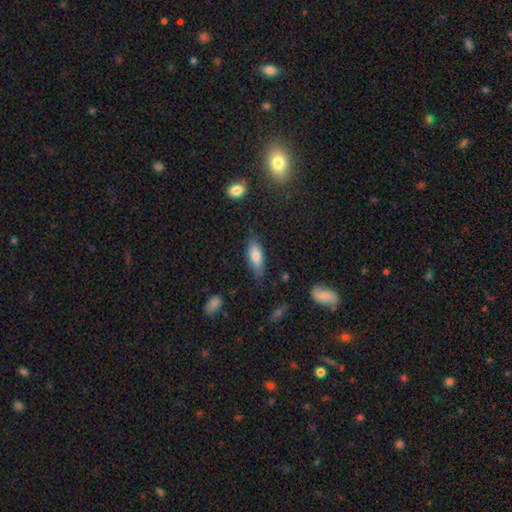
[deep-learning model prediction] smooth 74%, featured or disk 19%, star or artifact 7%. Down the decision tree: how rounded — in between (69%); merging — none (72%).